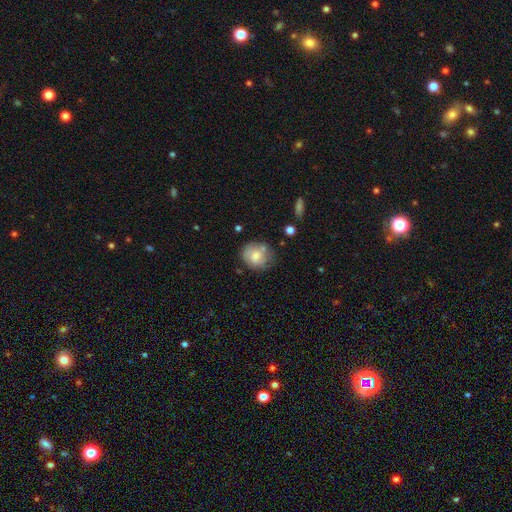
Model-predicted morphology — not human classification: Q: Smooth or featured?
A: smooth (64%); runner-up: featured or disk (28%)
Q: How rounded?
A: round (77%); runner-up: in between (22%)
Q: Merging?
A: none (62%); runner-up: minor disturbance (24%)